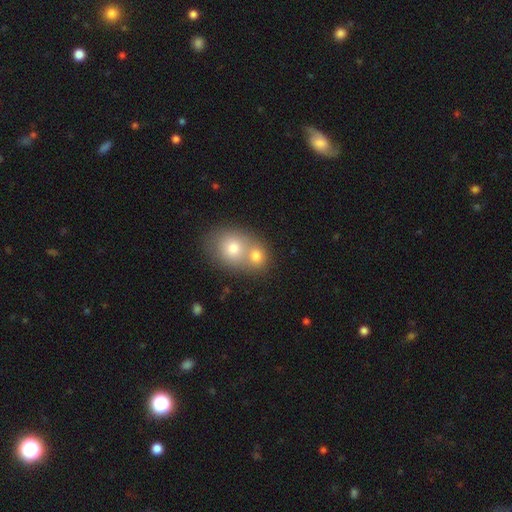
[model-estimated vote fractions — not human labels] Smooth or featured? Predicted: smooth (p=0.75). How rounded? Predicted: round (p=0.63). Merging? Predicted: merger (p=0.60).